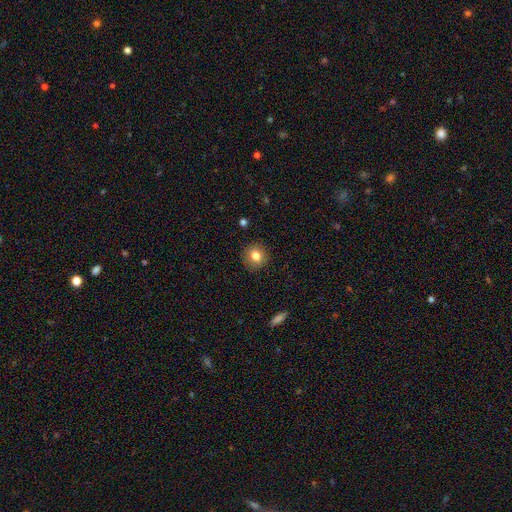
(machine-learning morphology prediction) smooth_or_featured: smooth (p=0.81) [alt: star or artifact p=0.10]
how_rounded: round (p=0.85) [alt: in between p=0.14]
merging: none (p=0.90) [alt: minor disturbance p=0.07]